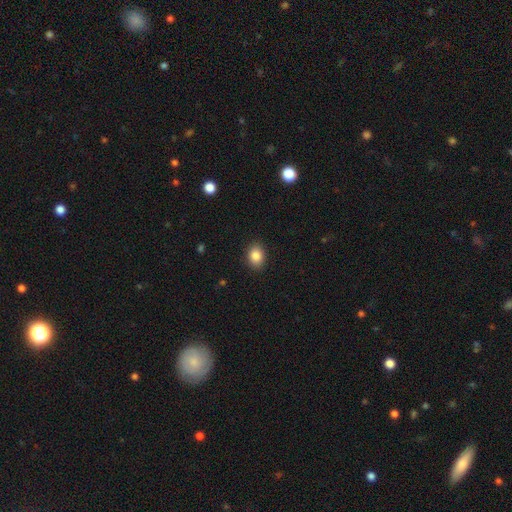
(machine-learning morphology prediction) smooth 86%, star or artifact 9%, featured or disk 5%. Down the decision tree: how rounded — in between (64%); merging — none (89%).